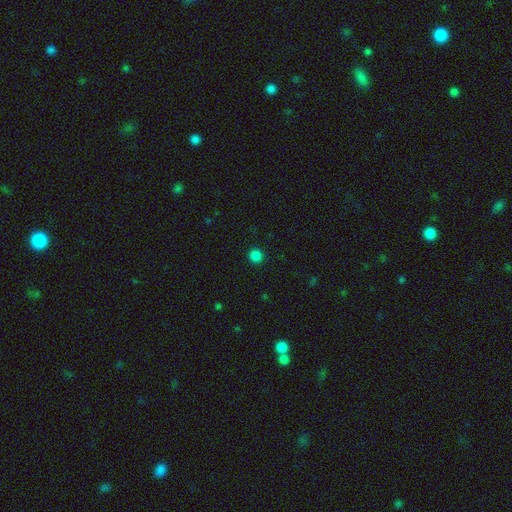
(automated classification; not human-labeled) Smooth or featured? Predicted: smooth (p=0.84). How rounded? Predicted: round (p=0.93). Merging? Predicted: none (p=0.92).